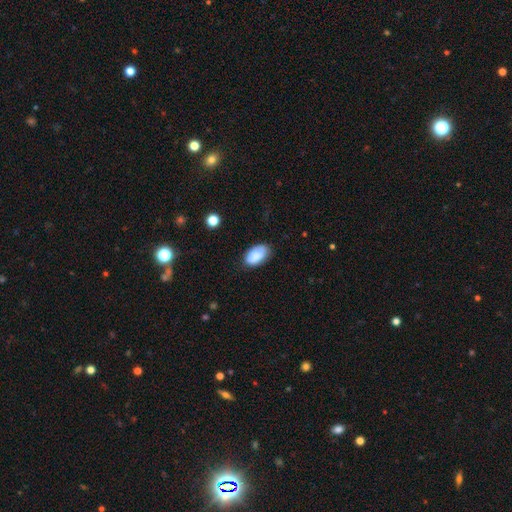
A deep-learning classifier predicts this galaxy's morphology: Smooth or featured?
  - smooth: 84% *
  - featured or disk: 9%
  - star or artifact: 7%
How rounded?
  - in between: 94% *
  - round: 4%
  - cigar-shaped: 1%
Merging?
  - none: 76% *
  - minor disturbance: 19%
  - major disturbance: 4%
  - merger: 1%